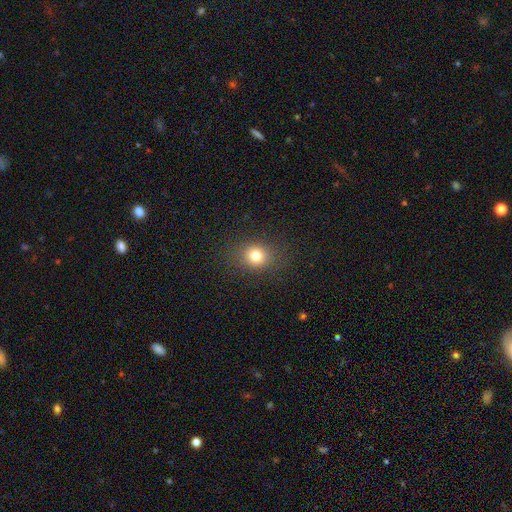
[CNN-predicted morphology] A smooth galaxy with no disk features (78%) that is round (69%). Merging: none (86%).